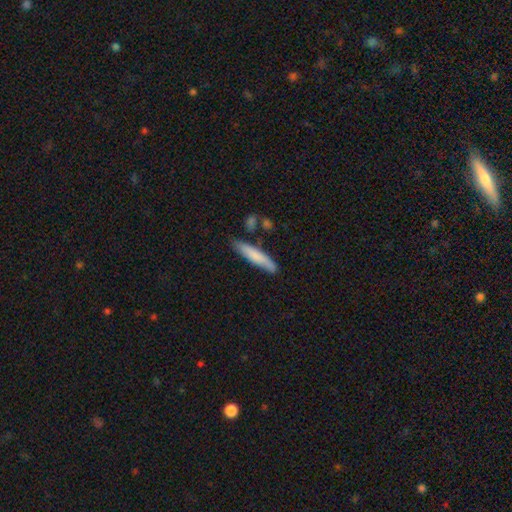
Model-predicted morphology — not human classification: smooth 75%, featured or disk 20%, star or artifact 6%. Down the decision tree: how rounded — cigar-shaped (86%); merging — none (75%).